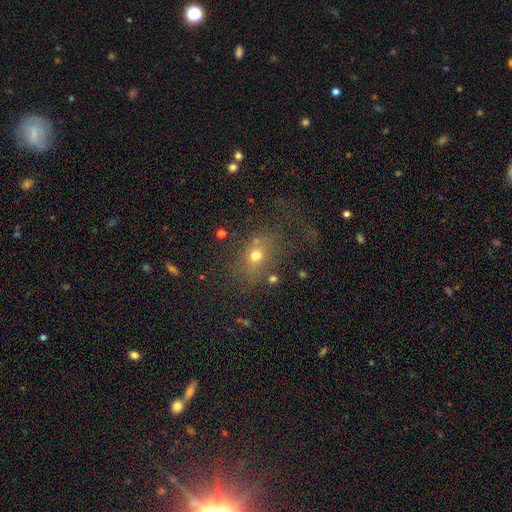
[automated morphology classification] Smooth or featured?
  - smooth: 63% *
  - star or artifact: 20%
  - featured or disk: 17%
How rounded?
  - in between: 54% *
  - round: 42%
  - cigar-shaped: 4%
Merging?
  - none: 55% *
  - major disturbance: 22%
  - minor disturbance: 17%
  - merger: 7%